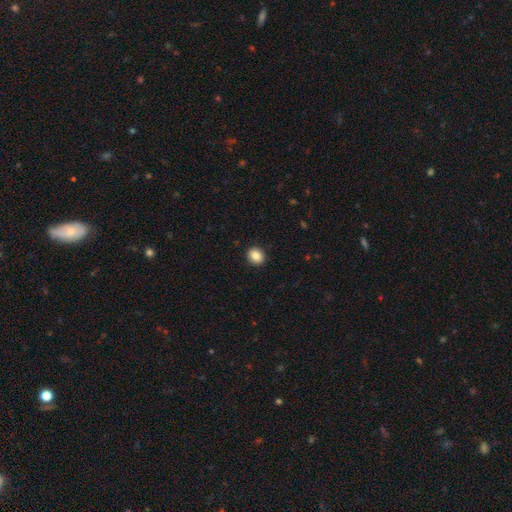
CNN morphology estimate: This is clearly a smooth galaxy (86%). How rounded: likely round (78%). Merging: clearly none (92%).